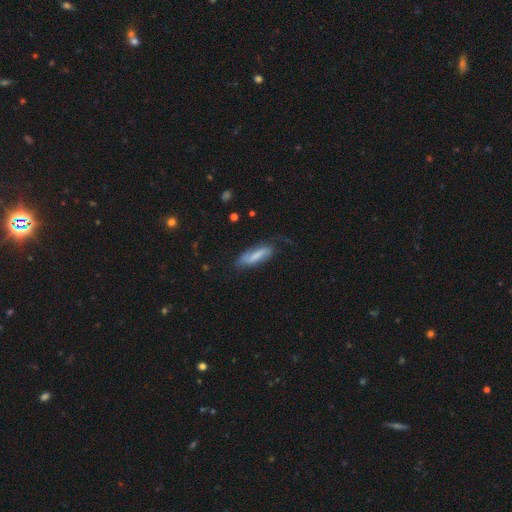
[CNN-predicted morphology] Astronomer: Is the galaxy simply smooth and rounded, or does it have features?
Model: smooth — 53% (runner-up: featured or disk, 39%).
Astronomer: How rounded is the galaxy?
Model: cigar-shaped — 54% (runner-up: in between, 44%).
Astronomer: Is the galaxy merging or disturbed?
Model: none — 57%.